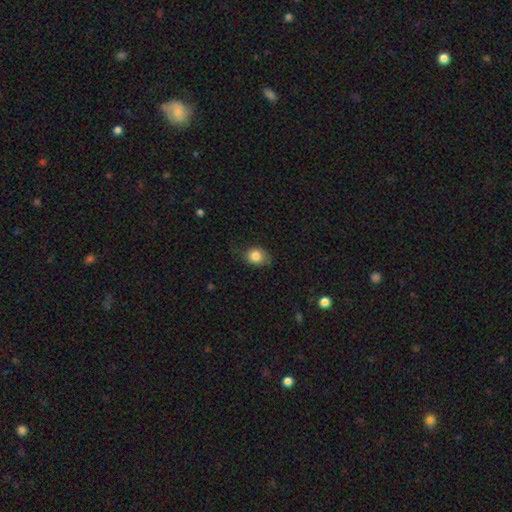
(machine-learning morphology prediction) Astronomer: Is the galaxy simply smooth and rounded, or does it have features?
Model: smooth — 83%.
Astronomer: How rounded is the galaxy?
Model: round — 57% (runner-up: in between, 42%).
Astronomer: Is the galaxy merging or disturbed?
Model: none — 63%.